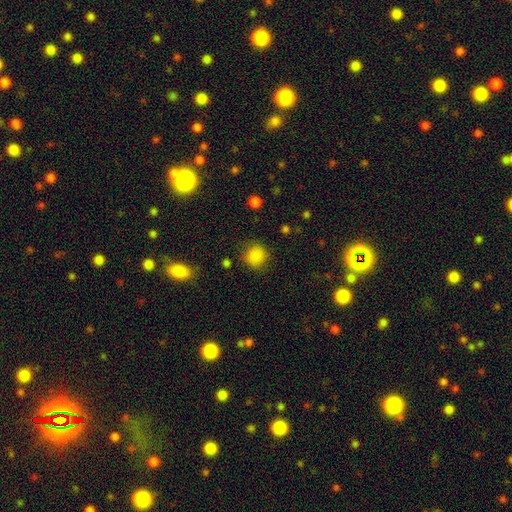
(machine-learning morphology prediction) This is clearly a smooth galaxy (85%). How rounded: clearly round (89%). Merging: clearly none (83%).